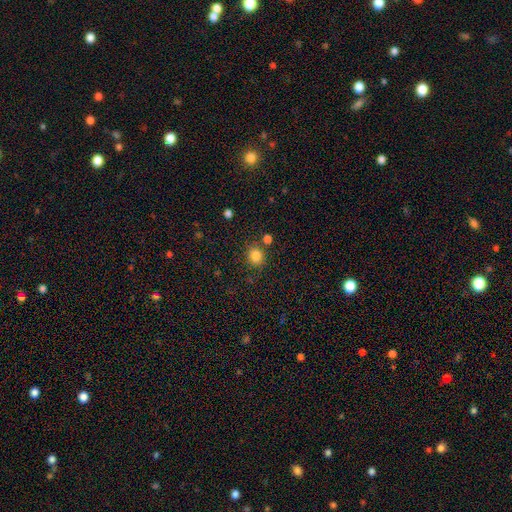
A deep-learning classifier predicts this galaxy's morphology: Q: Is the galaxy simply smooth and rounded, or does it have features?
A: smooth — 83%.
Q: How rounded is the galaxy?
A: round — 78%.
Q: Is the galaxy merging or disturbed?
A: none — 80%.